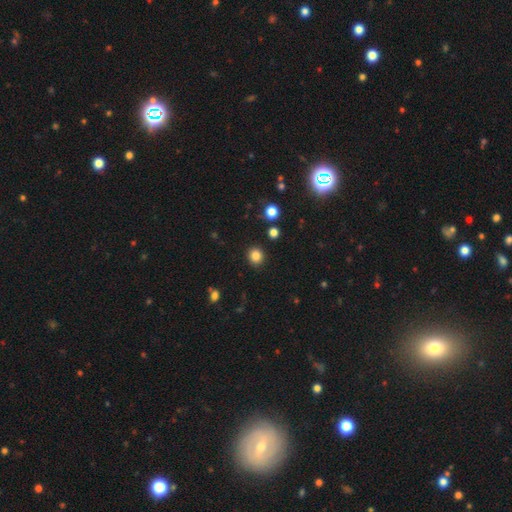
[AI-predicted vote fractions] A smooth galaxy with no disk features (84%) that is round (87%).

Vote fractions:
- Smooth or featured? smooth: 84% / star or artifact: 12% / featured or disk: 4%
- How rounded? round: 87% / in between: 12% / cigar-shaped: 1%
- Merging? none: 90% / minor disturbance: 6% / major disturbance: 2% / merger: 2%